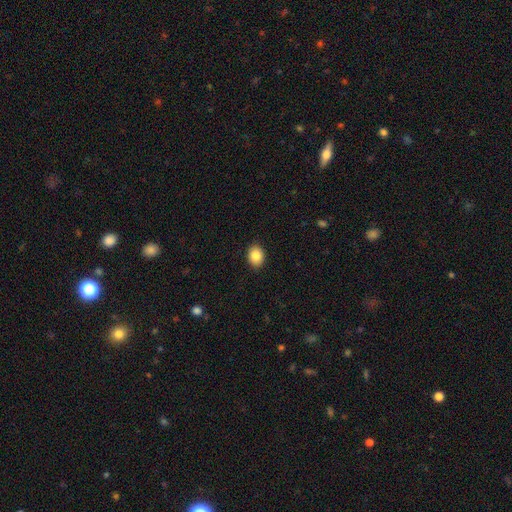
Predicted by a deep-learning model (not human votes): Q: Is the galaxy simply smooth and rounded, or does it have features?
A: smooth — 86%.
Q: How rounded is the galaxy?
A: in between — 60%.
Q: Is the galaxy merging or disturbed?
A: none — 90%.